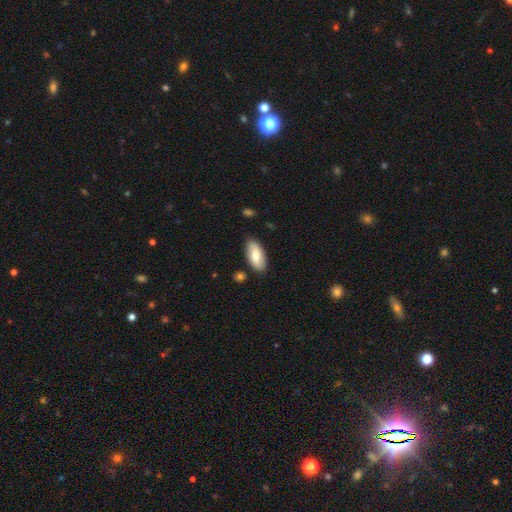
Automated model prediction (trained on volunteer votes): This is likely a smooth galaxy (74%). How rounded: clearly in between (91%). Merging: clearly none (84%).